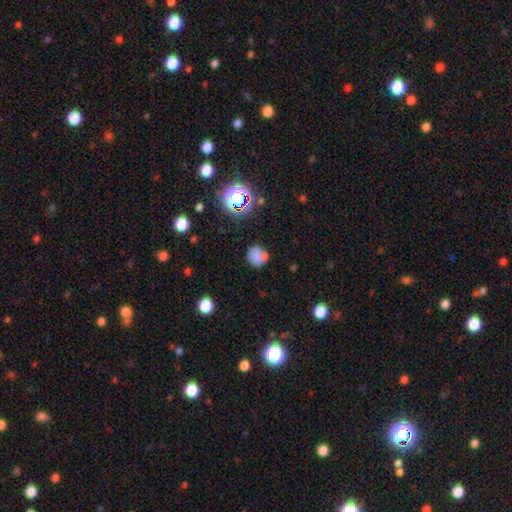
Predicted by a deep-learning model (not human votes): This appears to be a smooth galaxy with no disk features (73%) that is round (84%). Merging: none (64%).